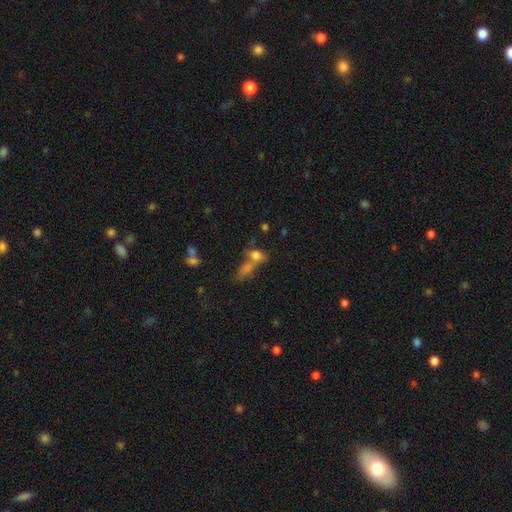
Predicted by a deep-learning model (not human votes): The model was most divided on "merging": merger: 48%, none: 33%, minor disturbance: 11%, major disturbance: 9%. More confident: smooth or featured — smooth (71%); how rounded — in between (56%).